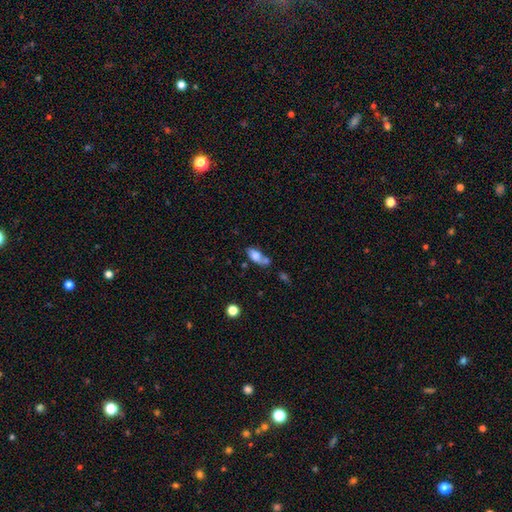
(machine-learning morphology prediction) type=smooth (73%); roundness=in between (83%); merging=merger (35%).